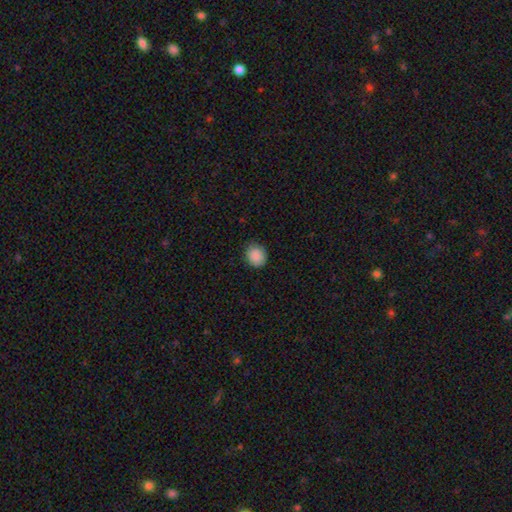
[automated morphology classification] The model was most divided on "how rounded": round: 74%, in between: 25%, cigar-shaped: 1%. More confident: smooth or featured — smooth (89%); merging — none (85%).